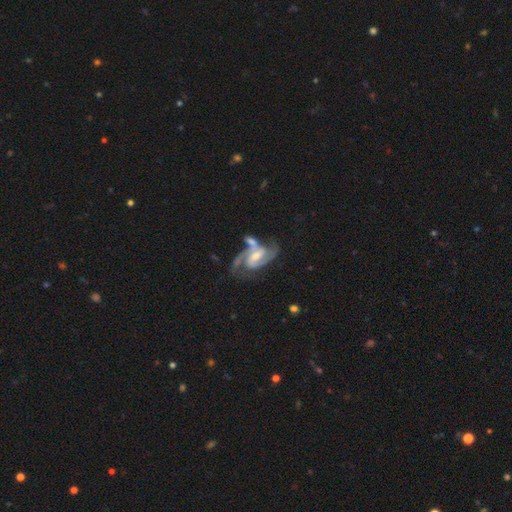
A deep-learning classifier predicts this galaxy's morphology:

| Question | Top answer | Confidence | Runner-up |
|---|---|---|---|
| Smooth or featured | featured or disk | 90% | smooth (5%) |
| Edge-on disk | no | 97% | yes (3%) |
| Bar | weak | 46% | strong (37%) |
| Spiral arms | yes | 97% | no (3%) |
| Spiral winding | medium | 58% | tight (25%) |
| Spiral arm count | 2 | 84% | 3 (7%) |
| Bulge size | moderate | 46% | small (40%) |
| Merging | none | 45% | merger (26%) |